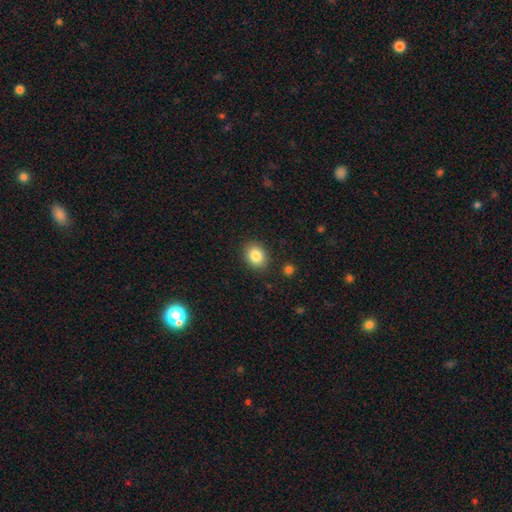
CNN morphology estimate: Q: Smooth or featured?
A: smooth (85%); runner-up: star or artifact (9%)
Q: How rounded?
A: round (53%); runner-up: in between (46%)
Q: Merging?
A: none (87%); runner-up: minor disturbance (9%)